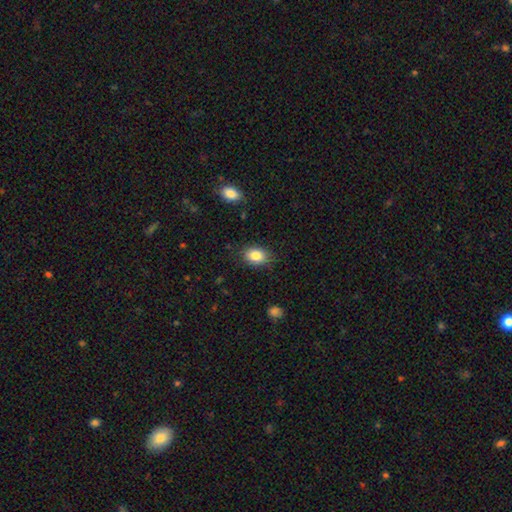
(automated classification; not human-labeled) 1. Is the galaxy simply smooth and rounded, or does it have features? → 85% smooth, 8% star or artifact, 7% featured or disk.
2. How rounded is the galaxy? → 79% in between, 20% round, 1% cigar-shaped.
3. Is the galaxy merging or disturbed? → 82% none, 14% minor disturbance, 3% major disturbance, 1% merger.